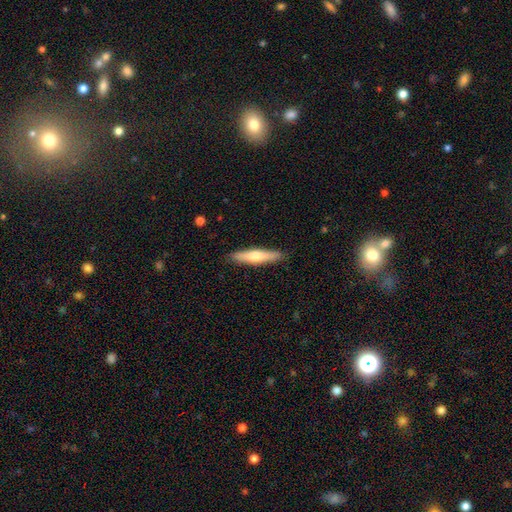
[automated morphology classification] Smooth or featured? smooth (54%)
How rounded? cigar-shaped (88%)
Merging? none (90%)